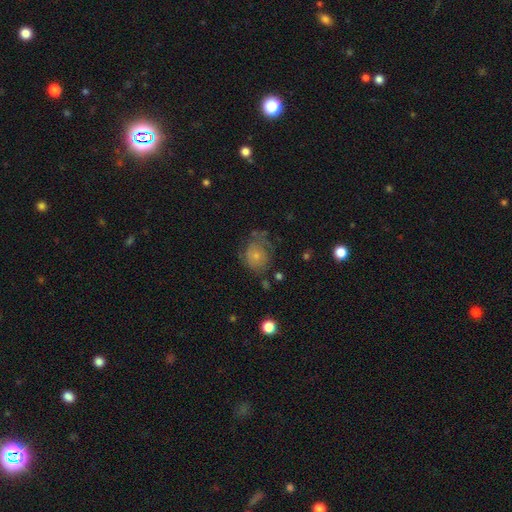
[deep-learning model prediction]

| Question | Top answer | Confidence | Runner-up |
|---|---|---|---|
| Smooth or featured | smooth | 57% | featured or disk (33%) |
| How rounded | round | 61% | in between (38%) |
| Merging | none | 43% | minor disturbance (30%) |